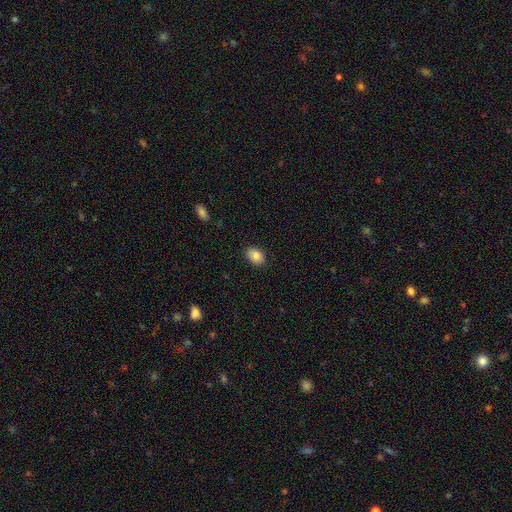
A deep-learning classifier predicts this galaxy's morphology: Q: Smooth or featured?
A: smooth (85%); runner-up: star or artifact (8%)
Q: How rounded?
A: in between (77%); runner-up: round (22%)
Q: Merging?
A: none (86%); runner-up: minor disturbance (11%)